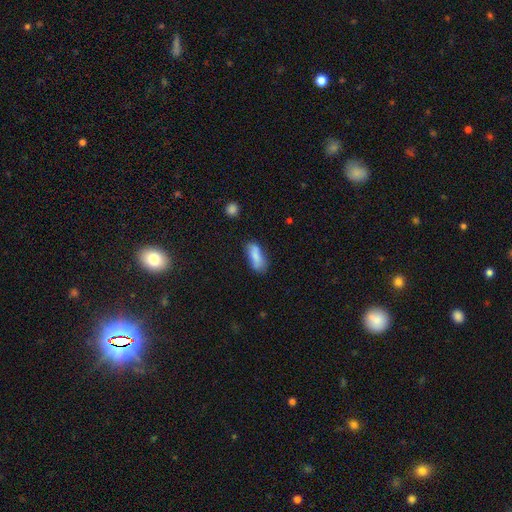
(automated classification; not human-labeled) smooth 79%, featured or disk 13%, star or artifact 8%. Down the decision tree: how rounded — in between (73%); merging — none (60%).